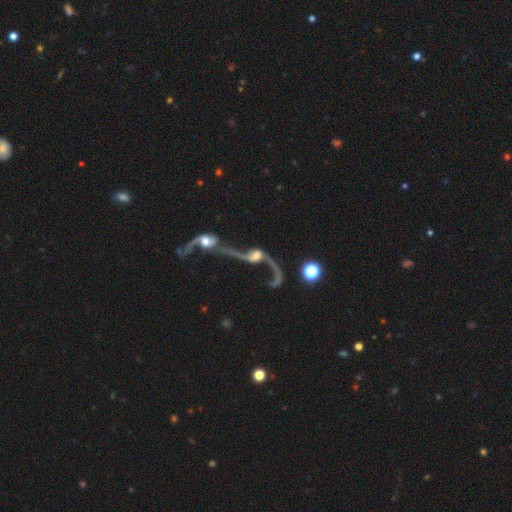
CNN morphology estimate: Overall: featured or disk (79%). Edge-on disk: no (92%). Bar: no (56%; weak 30%). Spiral arms: yes (85%). Spiral arm count: 2 (76%). Spiral winding: loose (92%). Bulge size: moderate (44%; small 25%). Merging: merger (71%).